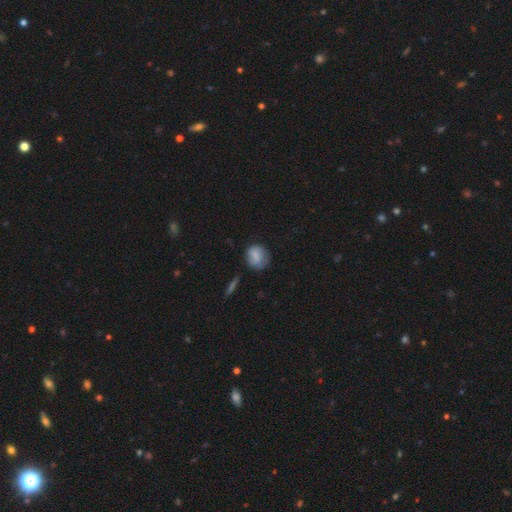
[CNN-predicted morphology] Smooth or featured: smooth — 77% (featured or disk — 14%)
How rounded: round — 66% (in between — 32%)
Merging: none — 63% (minor disturbance — 28%)